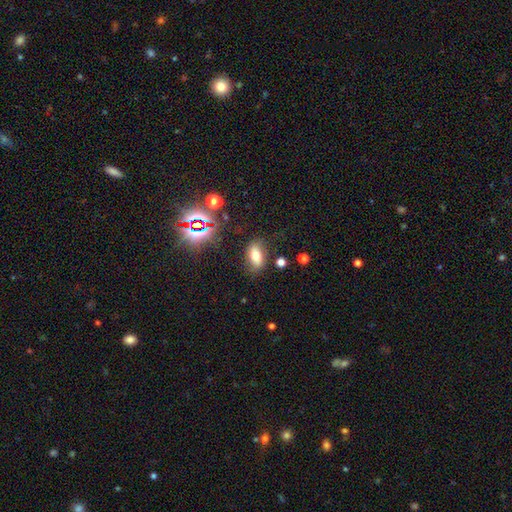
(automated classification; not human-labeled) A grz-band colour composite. It shows a smooth galaxy with no disk features (64%) that is in between round and cigar-shaped (86%). Merging: none (76%).